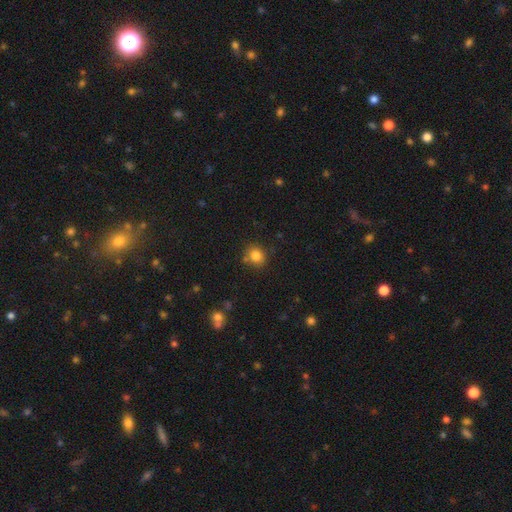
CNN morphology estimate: type=smooth (82%); roundness=round (71%); merging=none (76%).